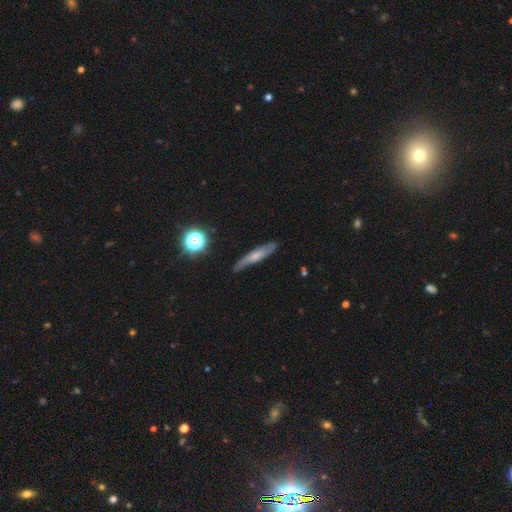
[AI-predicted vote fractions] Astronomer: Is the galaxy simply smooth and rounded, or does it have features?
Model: smooth — 46% (runner-up: featured or disk, 44%).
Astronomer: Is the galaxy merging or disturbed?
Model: none — 73%.